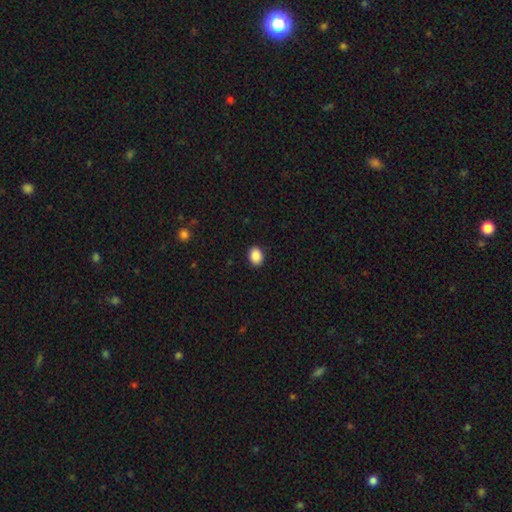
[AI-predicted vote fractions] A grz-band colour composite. It shows a smooth galaxy with no disk features (89%) that is in between round and cigar-shaped (61%). Merging: none (90%).